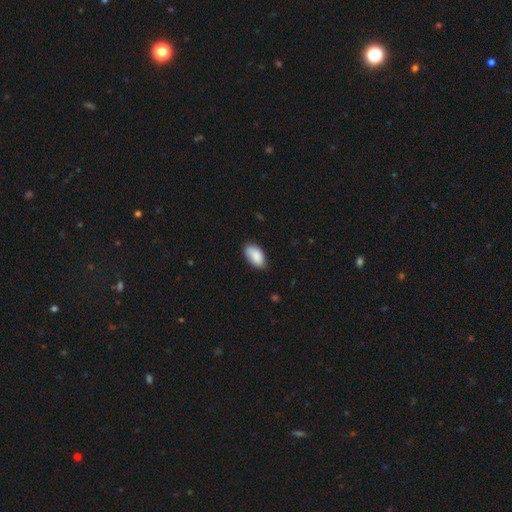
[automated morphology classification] smooth 88%, star or artifact 6%, featured or disk 6%. Down the decision tree: how rounded — in between (95%); merging — none (78%).